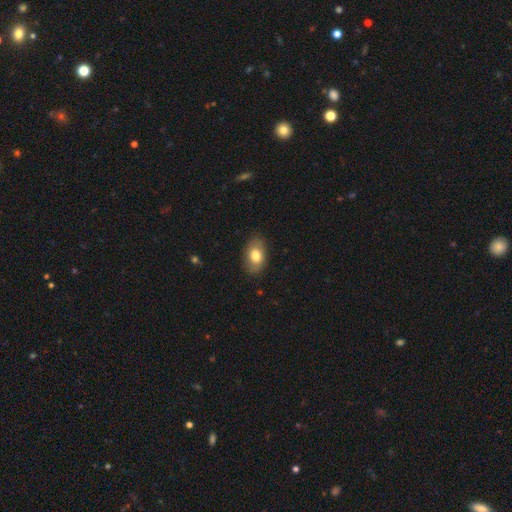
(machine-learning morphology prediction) Overall: smooth (78%). How rounded: in between (88%). Merging: none (82%).